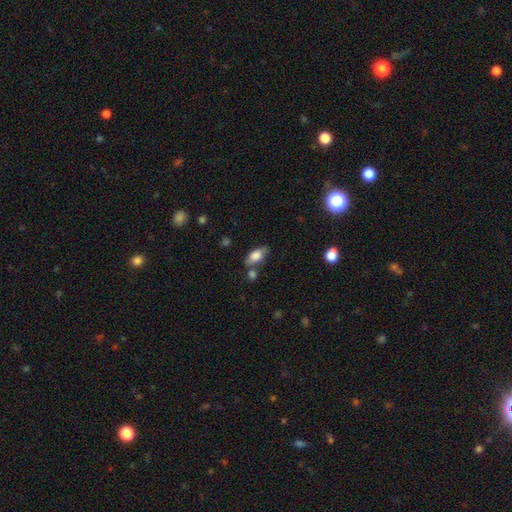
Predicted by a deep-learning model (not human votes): This appears to be a smooth galaxy with no disk features (77%) that is in between round and cigar-shaped (87%). Merging: none (57%).